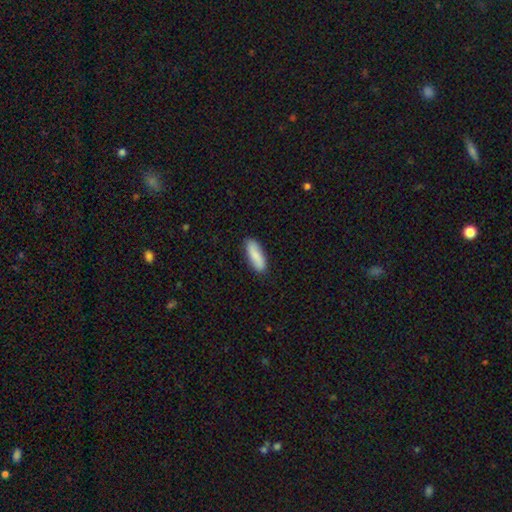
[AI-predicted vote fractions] The model was most divided on "how rounded": in between: 52%, cigar-shaped: 46%, round: 2%. More confident: merging — none (88%); smooth or featured — smooth (84%).